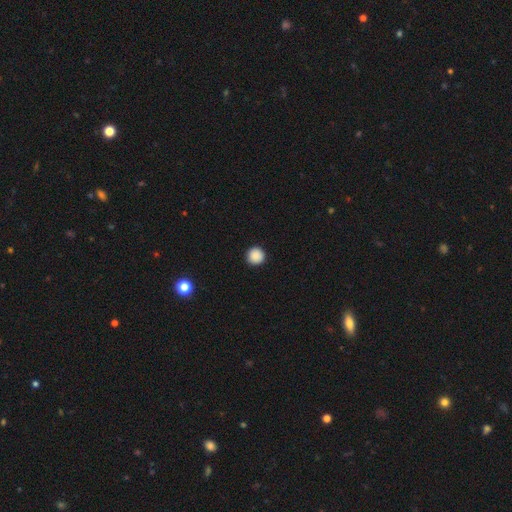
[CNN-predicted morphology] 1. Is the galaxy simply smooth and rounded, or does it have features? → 89% smooth, 9% star or artifact, 2% featured or disk.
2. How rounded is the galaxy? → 96% round, 3% in between, 1% cigar-shaped.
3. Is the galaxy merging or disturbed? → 93% none, 4% minor disturbance, 1% major disturbance, 1% merger.